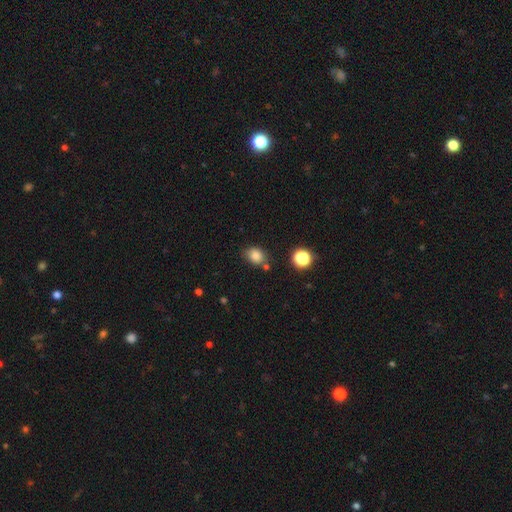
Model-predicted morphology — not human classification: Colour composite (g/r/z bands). It shows a smooth galaxy with no disk features (82%) that is in between round and cigar-shaped (55%). Merging: none (71%).